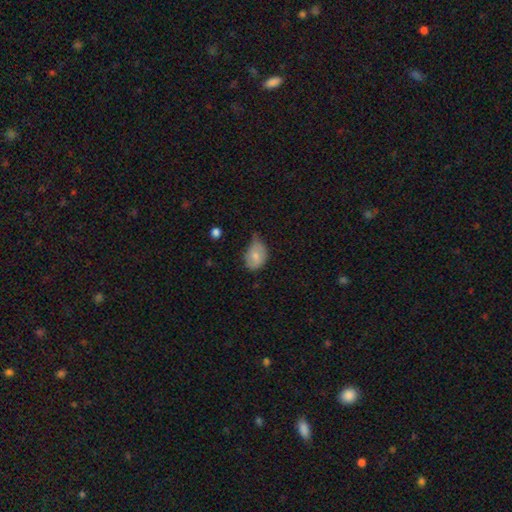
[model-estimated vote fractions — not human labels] Morphology: type=smooth (75%); roundness=in between (72%); merging=minor disturbance (48%).